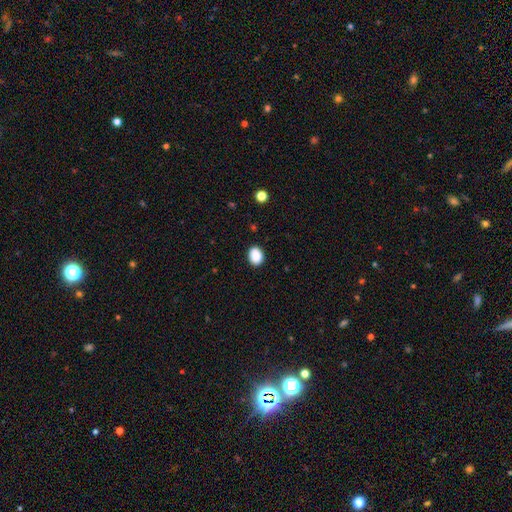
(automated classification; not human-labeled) Smooth or featured: smooth — 88% (star or artifact — 9%)
How rounded: in between — 57% (round — 42%)
Merging: none — 88% (minor disturbance — 9%)